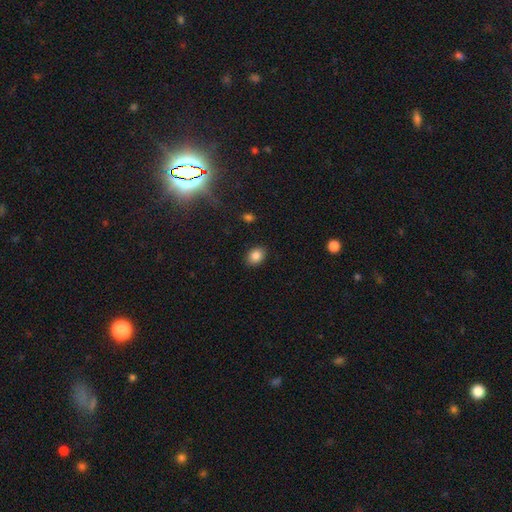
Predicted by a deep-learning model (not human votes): smooth-or-featured: smooth: 85% | star or artifact: 10% | featured or disk: 6%
  how-rounded: in between: 63% | round: 36% | cigar-shaped: 1%
  merging: none: 88% | minor disturbance: 9% | major disturbance: 2% | merger: 1%